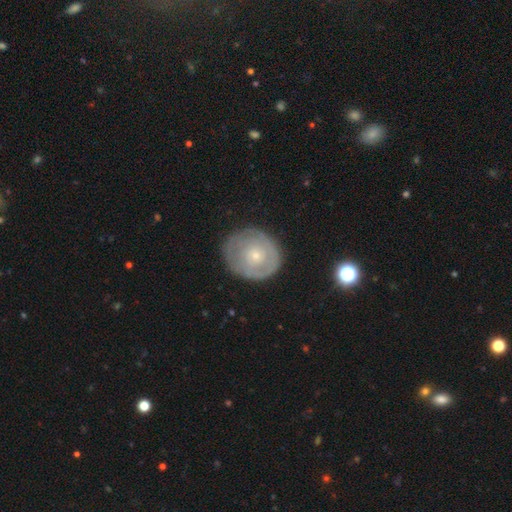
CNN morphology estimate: Smooth or featured? featured or disk (54%)
Edge-on disk? no (97%)
Bar? no (87%)
Spiral arms? yes (51%)
Bulge size? small (77%)
Merging? none (76%)